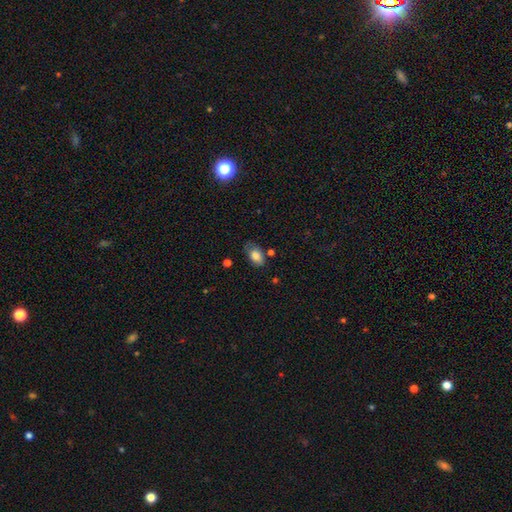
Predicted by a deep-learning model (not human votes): Smooth or featured?
  - smooth: 82% *
  - featured or disk: 10%
  - star or artifact: 8%
How rounded?
  - in between: 90% *
  - round: 8%
  - cigar-shaped: 2%
Merging?
  - none: 59% *
  - minor disturbance: 29%
  - major disturbance: 8%
  - merger: 4%